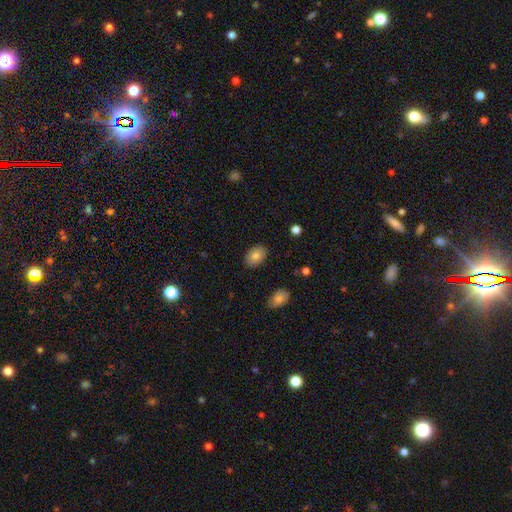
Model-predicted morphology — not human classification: smooth 81%, featured or disk 11%, star or artifact 8%. Down the decision tree: how rounded — in between (84%); merging — none (87%).